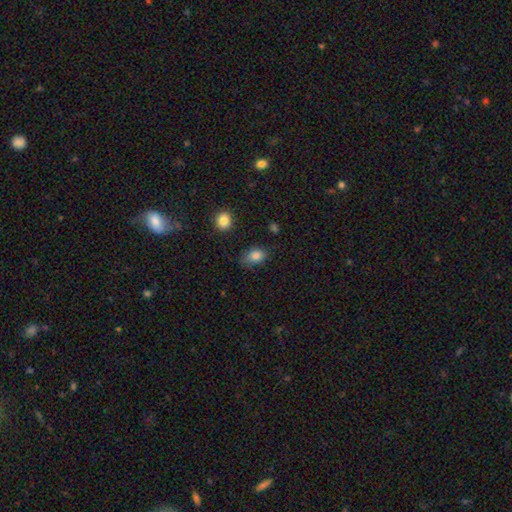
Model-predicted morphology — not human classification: The model was most divided on "merging": none: 63%, minor disturbance: 28%, major disturbance: 7%, merger: 2%. More confident: smooth or featured — smooth (84%); how rounded — in between (75%).